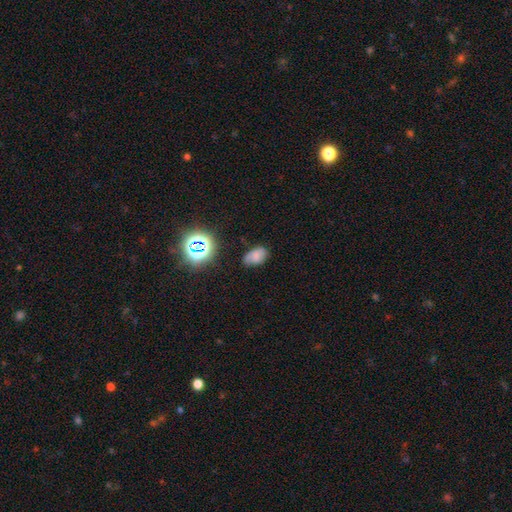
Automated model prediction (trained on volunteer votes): This is likely a smooth galaxy (62%). How rounded: clearly in between (87%). Merging: likely none (63%).